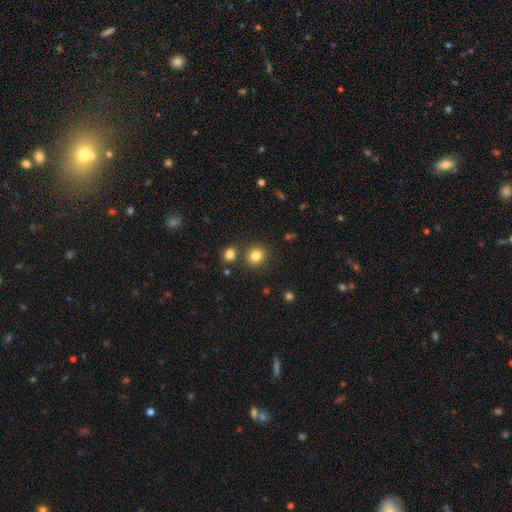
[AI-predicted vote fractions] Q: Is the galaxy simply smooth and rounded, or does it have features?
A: smooth — 83%.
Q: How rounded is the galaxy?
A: round — 84%.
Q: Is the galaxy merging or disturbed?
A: none — 81%.